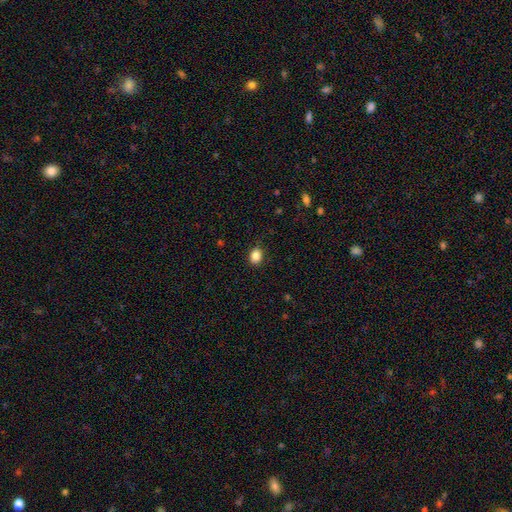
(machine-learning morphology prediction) type=smooth (86%); roundness=in between (56%); merging=none (87%).